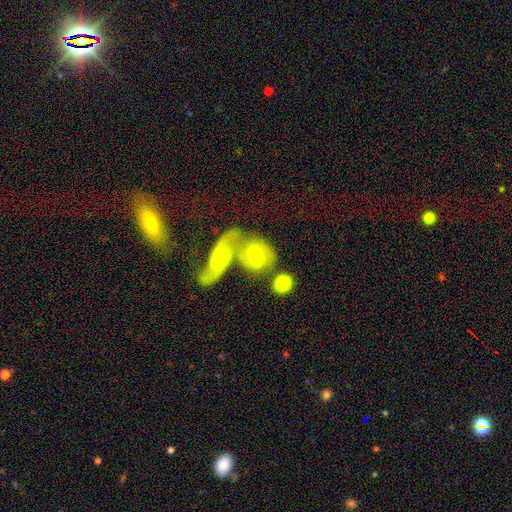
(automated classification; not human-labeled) This appears to be a featured or disk galaxy (57%) with a weak bar (46%), spiral arms (82%) and a moderate central bulge (58%). Merging: merger (55%).